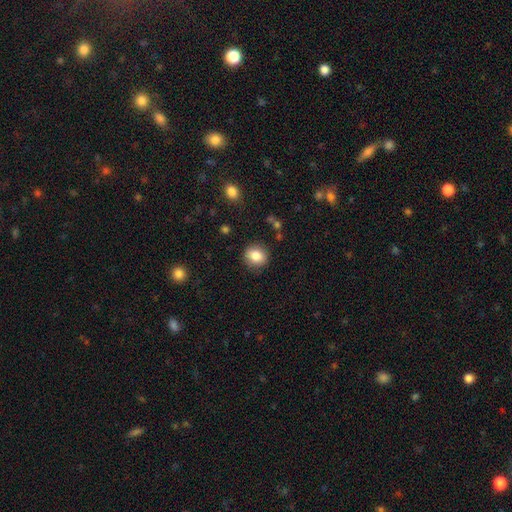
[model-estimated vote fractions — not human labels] A smooth galaxy with no disk features (83%) that is round (78%).

Vote fractions:
- Smooth or featured? smooth: 83% / star or artifact: 9% / featured or disk: 8%
- How rounded? round: 78% / in between: 21% / cigar-shaped: 1%
- Merging? none: 87% / minor disturbance: 9% / major disturbance: 3% / merger: 2%